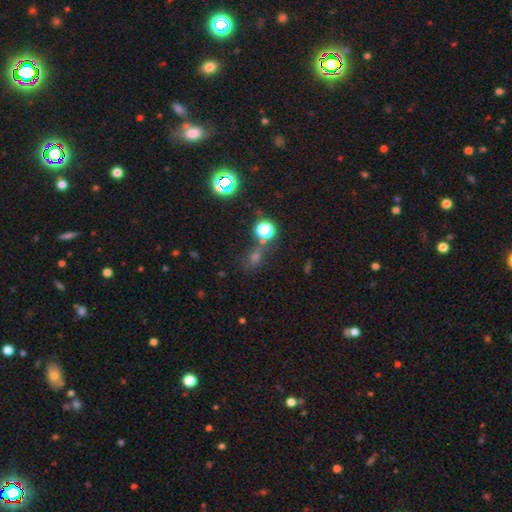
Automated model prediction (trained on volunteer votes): Smooth or featured? star or artifact (47%)